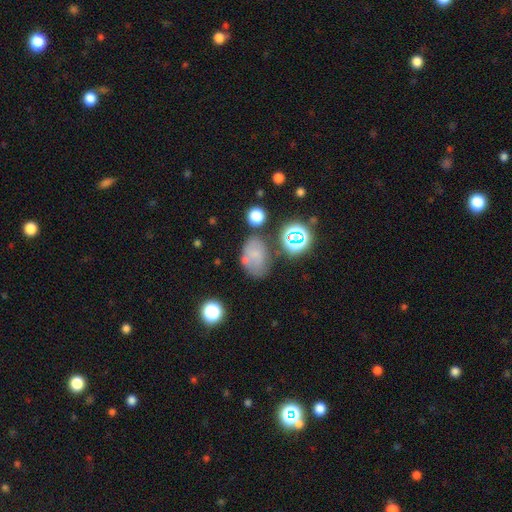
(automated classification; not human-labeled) smooth_or_featured: smooth (p=0.59) [alt: featured or disk p=0.22]
how_rounded: in between (p=0.79) [alt: round p=0.20]
merging: none (p=0.49) [alt: minor disturbance p=0.24]